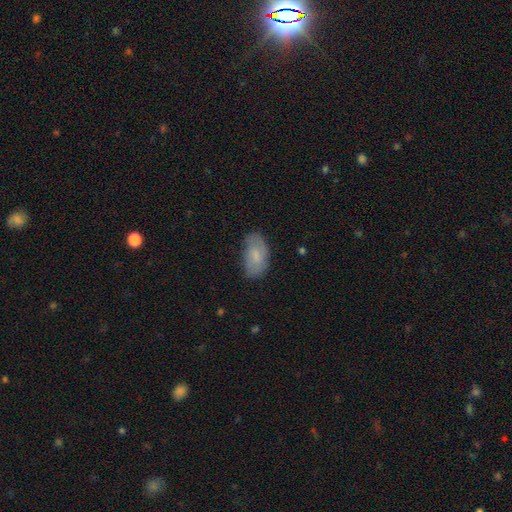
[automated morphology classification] This appears to be a smooth galaxy with no disk features (68%) that is in between round and cigar-shaped (93%). Merging: none (67%).